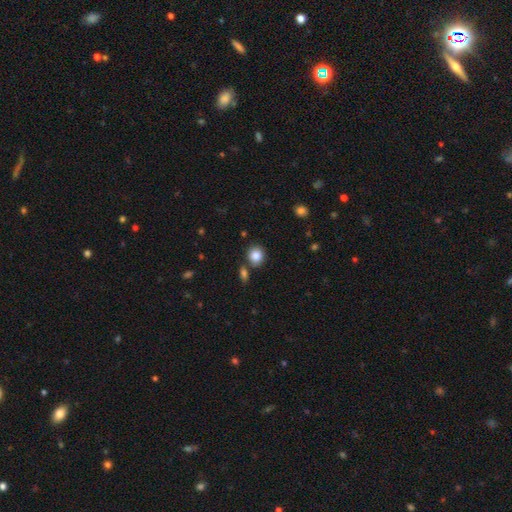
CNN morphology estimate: type=smooth (84%); roundness=round (76%); merging=none (76%).